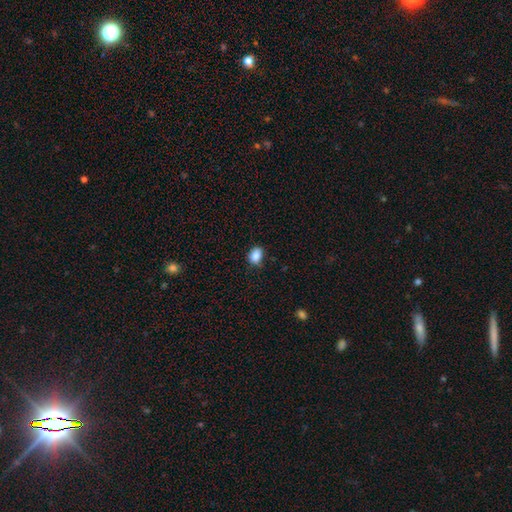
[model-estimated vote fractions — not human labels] Morphology: type=smooth (85%); roundness=in between (64%); merging=none (75%).